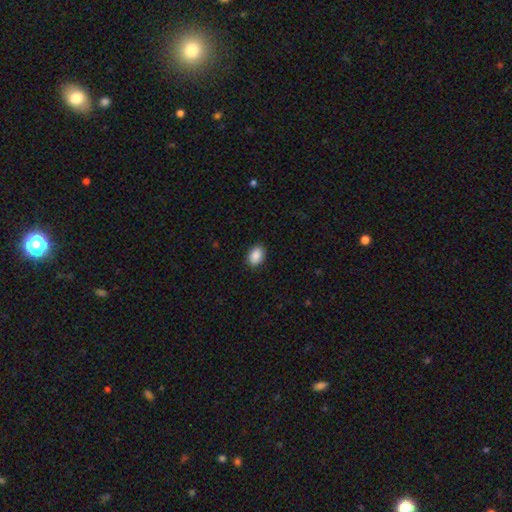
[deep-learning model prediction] Smooth or featured?
  - smooth: 90% *
  - star or artifact: 7%
  - featured or disk: 3%
How rounded?
  - in between: 81% *
  - round: 18%
  - cigar-shaped: 1%
Merging?
  - none: 89% *
  - minor disturbance: 8%
  - major disturbance: 2%
  - merger: 1%